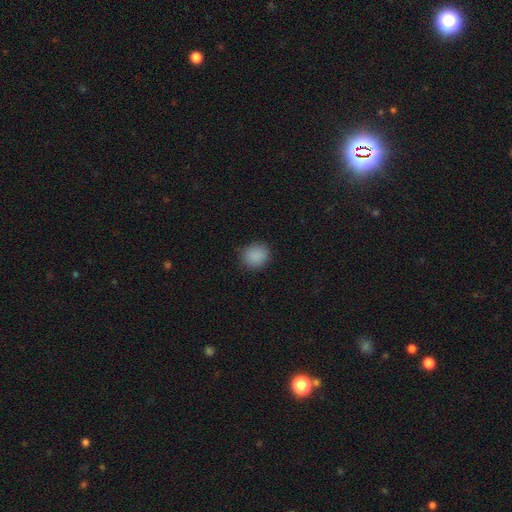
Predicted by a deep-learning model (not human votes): A smooth galaxy with no disk features (88%) that is round (78%). Merging: none (86%).